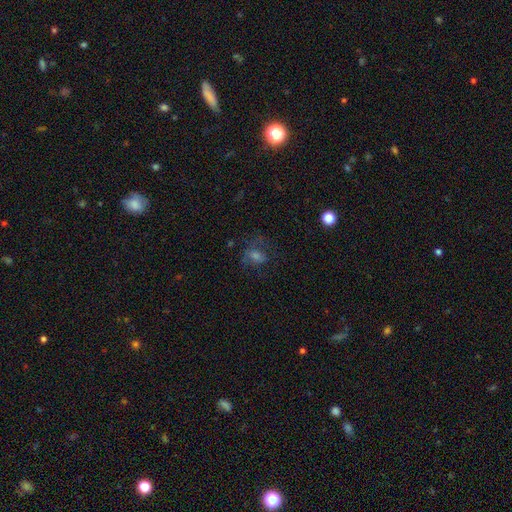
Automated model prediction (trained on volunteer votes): The model was most divided on "smooth or featured": smooth: 39%, featured or disk: 33%, star or artifact: 29%. More confident: merging — none (56%).